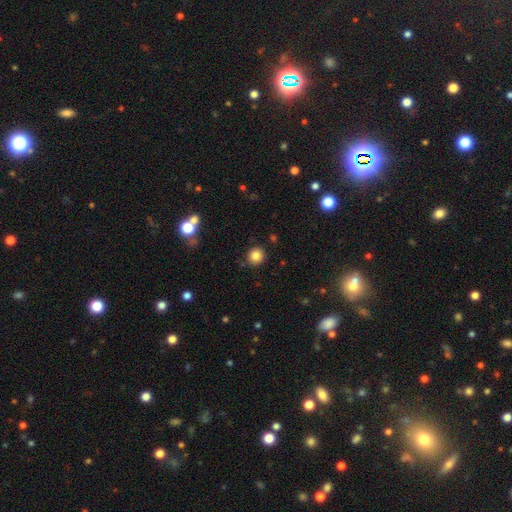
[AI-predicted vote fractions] Morphology: type=smooth (84%); roundness=round (90%); merging=none (89%).